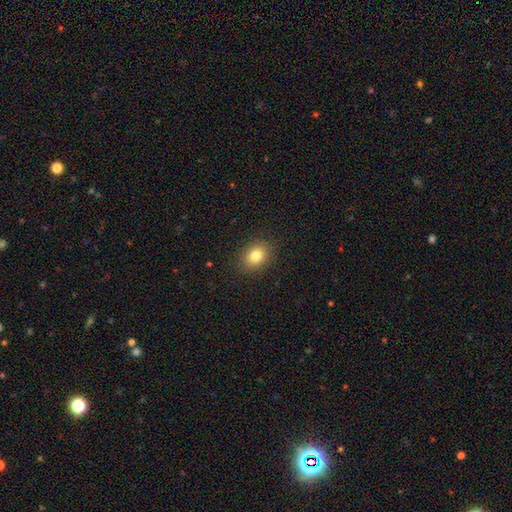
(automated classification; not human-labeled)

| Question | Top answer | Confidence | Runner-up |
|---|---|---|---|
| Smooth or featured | smooth | 82% | star or artifact (10%) |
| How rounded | in between | 59% | round (40%) |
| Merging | none | 89% | minor disturbance (8%) |